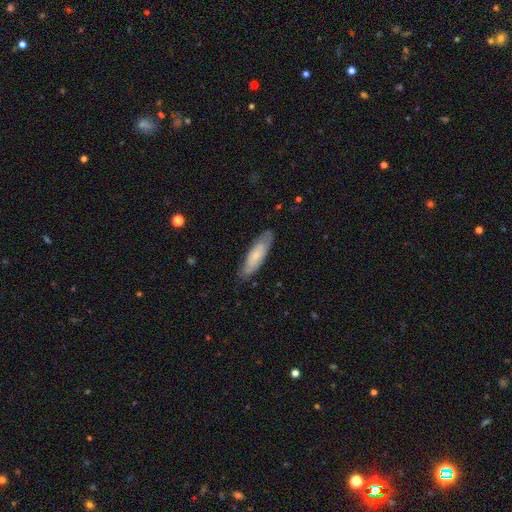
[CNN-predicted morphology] type=smooth (63%); roundness=cigar-shaped (60%); merging=none (81%).